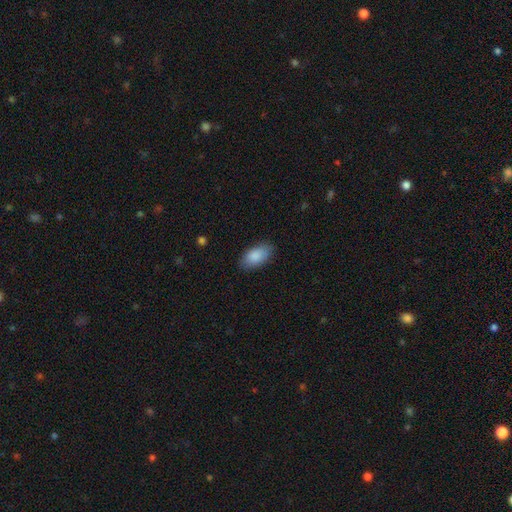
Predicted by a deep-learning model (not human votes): Smooth or featured? smooth (88%)
How rounded? in between (94%)
Merging? none (84%)